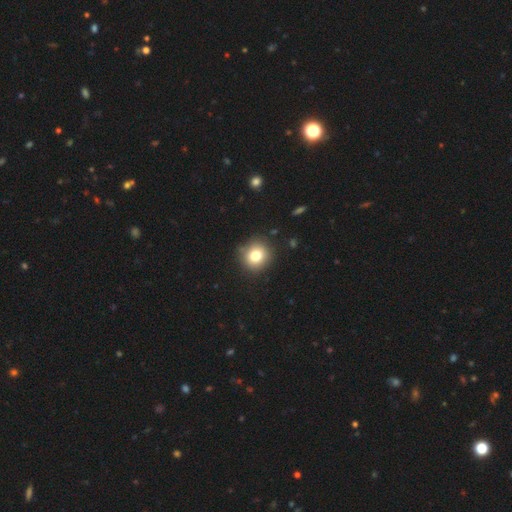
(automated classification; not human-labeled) This appears to be a smooth galaxy with no disk features (78%) that is round (89%). Merging: none (87%).